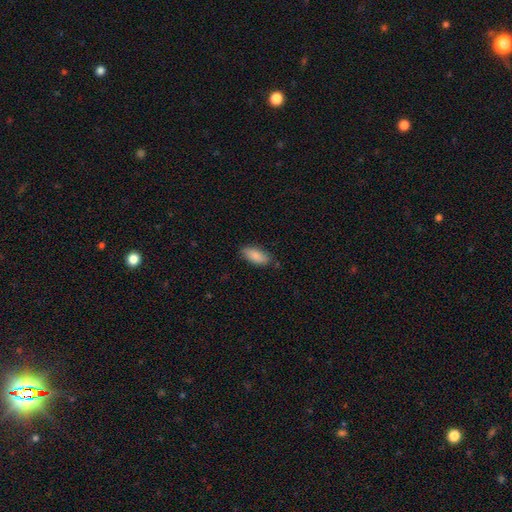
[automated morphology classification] type=smooth (86%); roundness=in between (87%); merging=none (81%).